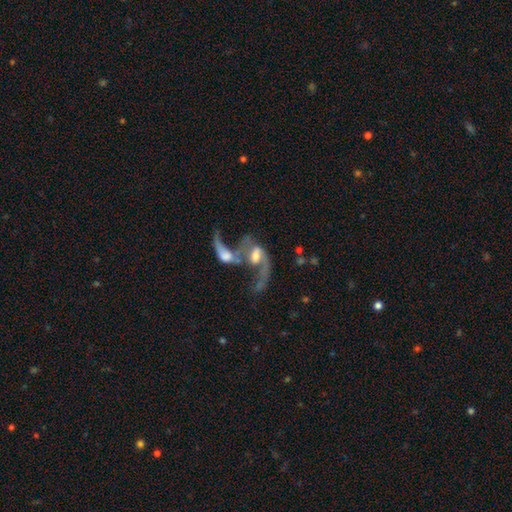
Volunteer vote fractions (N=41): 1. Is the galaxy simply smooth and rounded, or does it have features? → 85% featured or disk, 10% smooth, 5% star or artifact.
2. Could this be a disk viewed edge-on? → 97% no, 3% yes.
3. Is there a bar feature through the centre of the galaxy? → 53% weak, 24% strong, 24% no.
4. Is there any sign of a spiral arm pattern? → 88% yes, 12% no.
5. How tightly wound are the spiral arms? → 83% loose, 17% medium, 0% tight.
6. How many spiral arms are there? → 83% 2, 17% 1, 0% 3, 0% 4, 0% more than 4, 0% can't tell.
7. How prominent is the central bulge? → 50% moderate, 29% large, 18% small, 3% none, 0% dominant.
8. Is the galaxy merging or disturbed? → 72% merger, 13% none, 10% major disturbance, 5% minor disturbance.